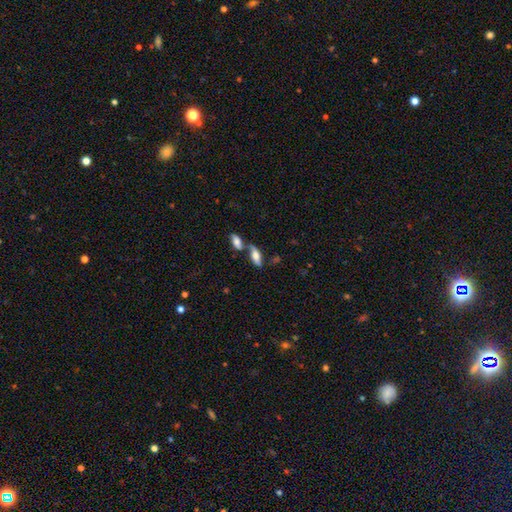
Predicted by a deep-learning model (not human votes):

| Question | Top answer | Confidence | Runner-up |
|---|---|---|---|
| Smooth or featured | smooth | 57% | featured or disk (35%) |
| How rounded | in between | 67% | cigar-shaped (30%) |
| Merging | none | 50% | merger (34%) |